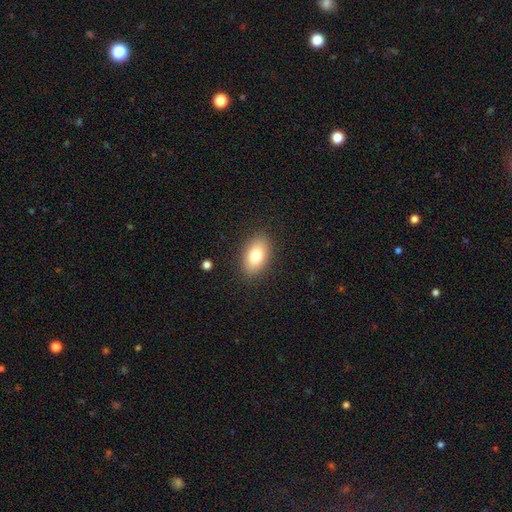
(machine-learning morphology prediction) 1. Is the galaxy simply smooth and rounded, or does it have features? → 79% smooth, 13% featured or disk, 8% star or artifact.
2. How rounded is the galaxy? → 90% in between, 8% round, 2% cigar-shaped.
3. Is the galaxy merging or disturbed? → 87% none, 9% minor disturbance, 3% major disturbance, 1% merger.